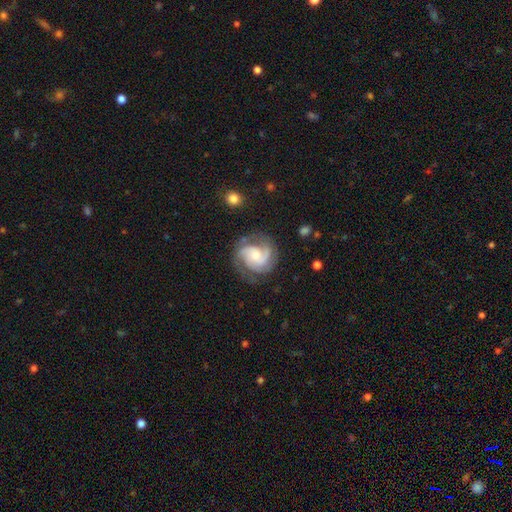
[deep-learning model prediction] Overall: featured or disk (86%). Edge-on disk: no (98%). Bar: no (62%; weak 32%). Spiral arms: yes (97%). Spiral arm count: 3 (41%; 2 36%). Spiral winding: medium (46%; tight 43%). Bulge size: small (47%; moderate 42%). Merging: none (73%).